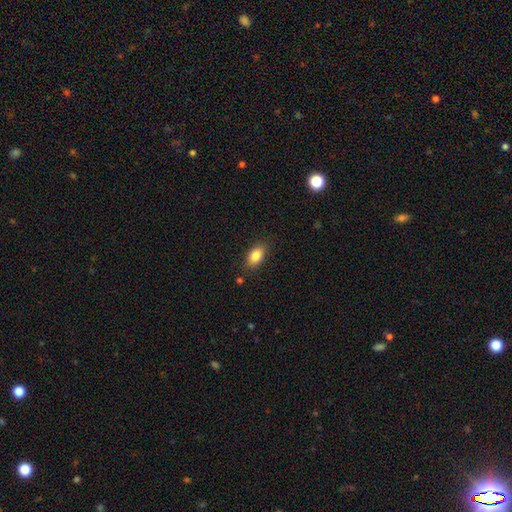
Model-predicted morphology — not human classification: Smooth or featured: smooth — 85% (star or artifact — 8%)
How rounded: in between — 89% (round — 8%)
Merging: none — 84% (minor disturbance — 12%)